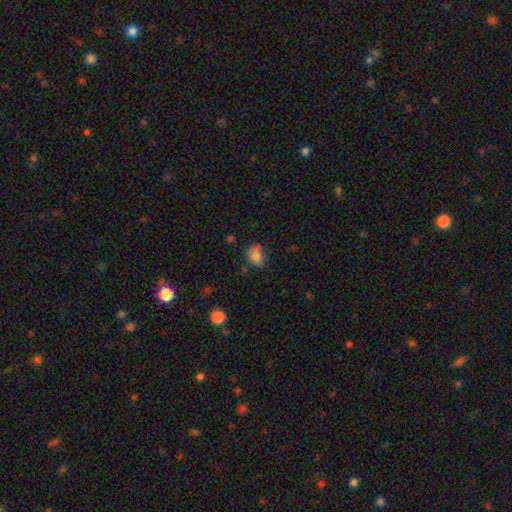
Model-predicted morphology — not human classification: Q: Smooth or featured?
A: smooth (78%); runner-up: star or artifact (12%)
Q: How rounded?
A: in between (62%); runner-up: round (37%)
Q: Merging?
A: none (55%); runner-up: minor disturbance (29%)